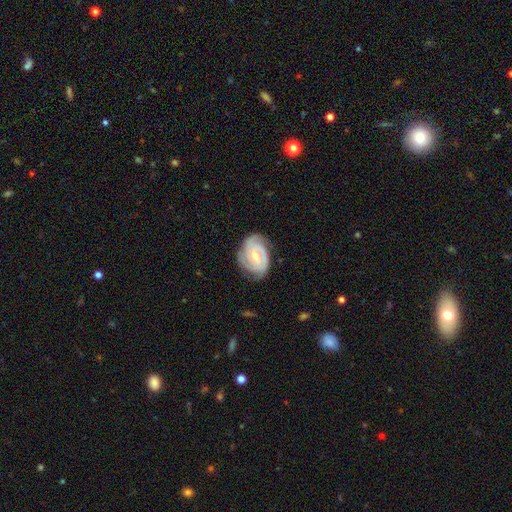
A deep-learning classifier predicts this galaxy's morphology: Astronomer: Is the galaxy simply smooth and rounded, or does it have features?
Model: featured or disk — 83%.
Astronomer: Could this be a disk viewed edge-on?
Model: no — 98%.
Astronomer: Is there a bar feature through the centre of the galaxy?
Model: weak — 55%.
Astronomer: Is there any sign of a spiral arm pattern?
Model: yes — 96%.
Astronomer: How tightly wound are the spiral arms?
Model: tight — 63%.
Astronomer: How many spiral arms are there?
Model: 2 — 45% (runner-up: 3, 27%).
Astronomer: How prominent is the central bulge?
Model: small — 57% (runner-up: moderate, 36%).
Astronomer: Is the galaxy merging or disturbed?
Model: none — 71%.